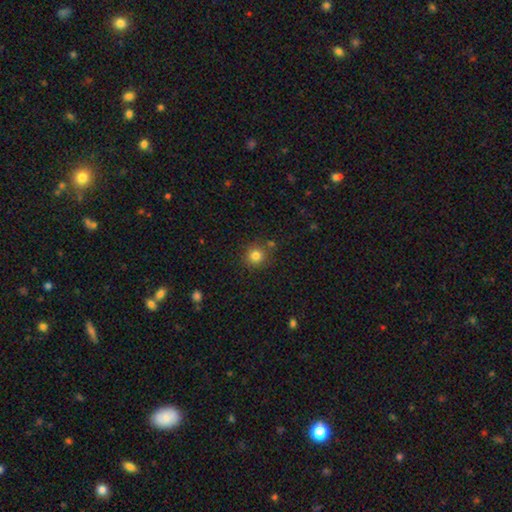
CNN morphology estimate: type=smooth (82%); roundness=round (93%); merging=none (82%).